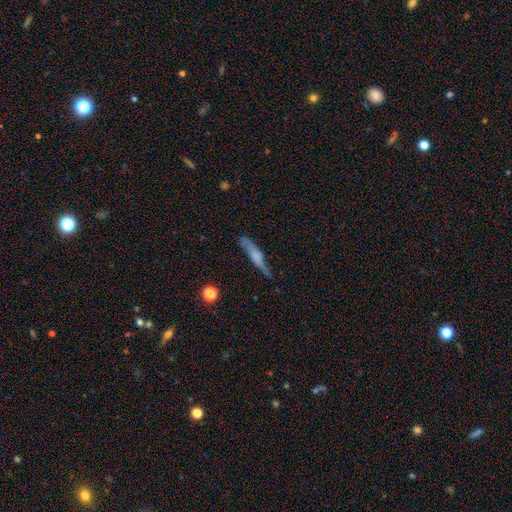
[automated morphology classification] This is possibly a smooth galaxy (46%, tied with featured or disk). Merging: possibly none (56%).